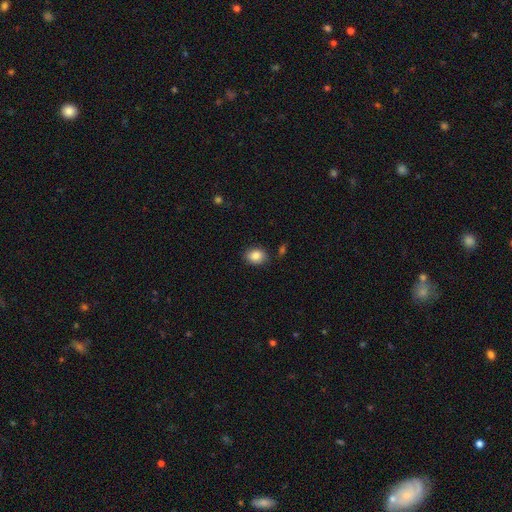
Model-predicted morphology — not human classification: Overall: smooth (86%). How rounded: in between (54%; round 45%). Merging: none (84%).